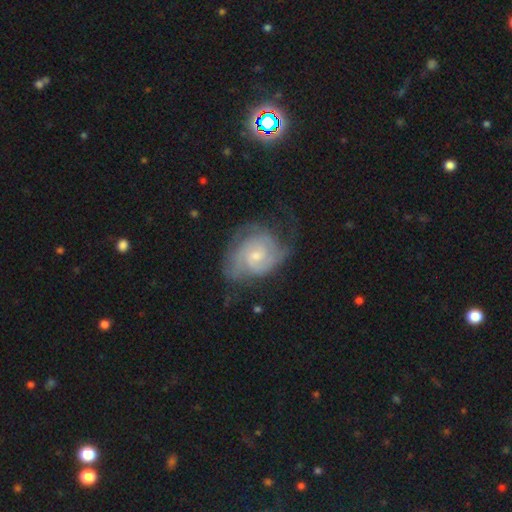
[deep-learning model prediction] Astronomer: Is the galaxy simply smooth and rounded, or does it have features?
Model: featured or disk — 77%.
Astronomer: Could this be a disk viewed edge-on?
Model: no — 97%.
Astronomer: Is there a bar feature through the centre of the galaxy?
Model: no — 65%.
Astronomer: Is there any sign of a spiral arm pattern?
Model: yes — 91%.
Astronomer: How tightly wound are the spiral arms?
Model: tight — 53% (runner-up: medium, 35%).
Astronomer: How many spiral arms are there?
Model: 2 — 37% (runner-up: can't tell, 34%).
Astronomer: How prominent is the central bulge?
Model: small — 57% (runner-up: moderate, 37%).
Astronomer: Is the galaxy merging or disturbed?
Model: none — 53%.